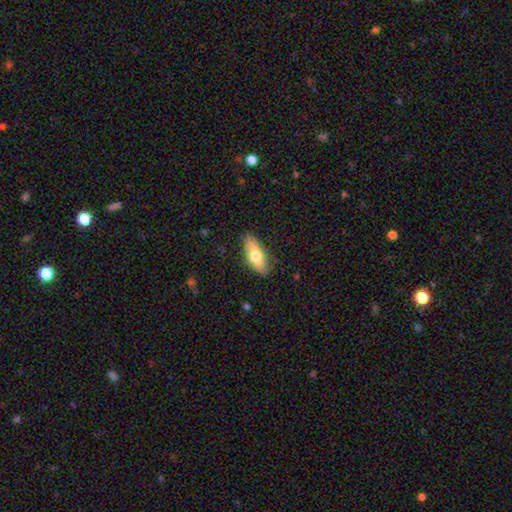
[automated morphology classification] smooth 65%, featured or disk 29%, star or artifact 6%. Down the decision tree: how rounded — in between (77%); merging — none (83%).